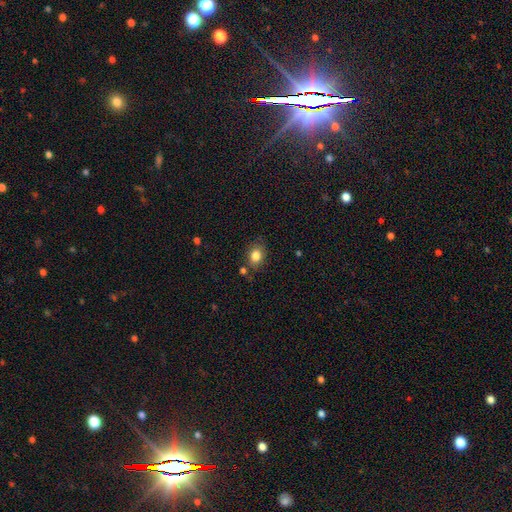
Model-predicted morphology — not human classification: Overall: smooth (83%). How rounded: in between (62%; round 37%). Merging: none (76%).